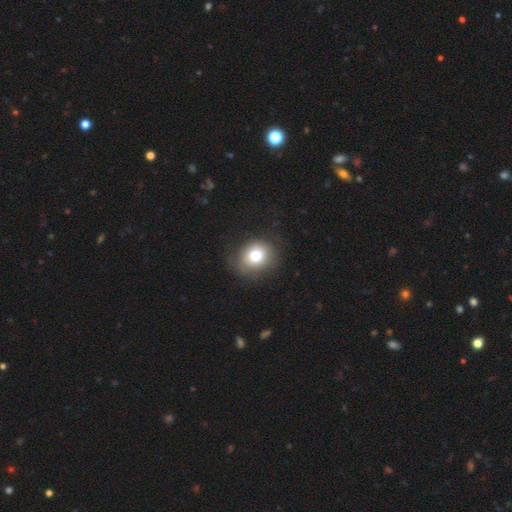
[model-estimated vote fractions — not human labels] This appears to be a smooth galaxy with no disk features (74%) that is round (77%). Merging: none (76%).